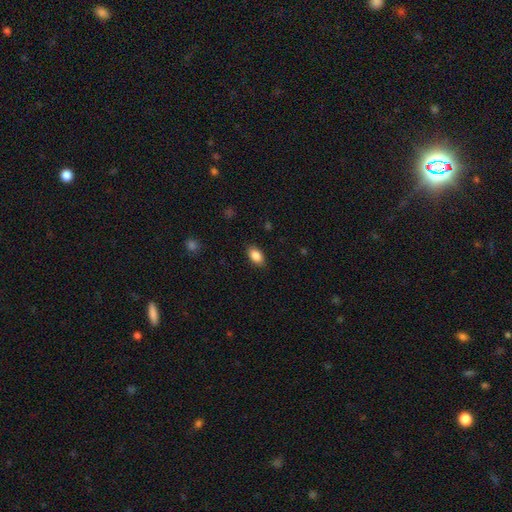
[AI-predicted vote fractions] Morphology: type=smooth (87%); roundness=in between (91%); merging=none (87%).